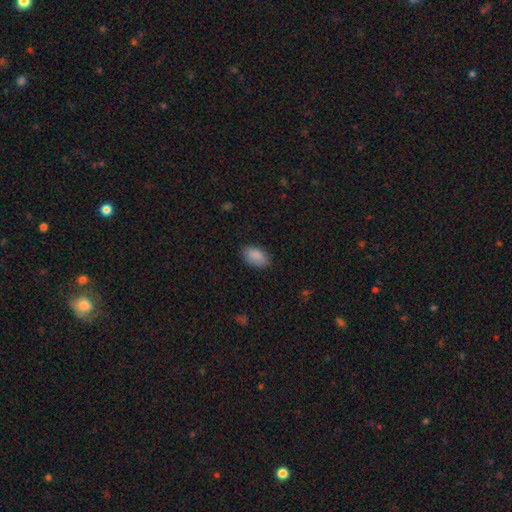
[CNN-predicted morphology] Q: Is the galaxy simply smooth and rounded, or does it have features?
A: smooth — 89%.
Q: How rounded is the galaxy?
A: in between — 93%.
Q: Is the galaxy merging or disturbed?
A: none — 84%.